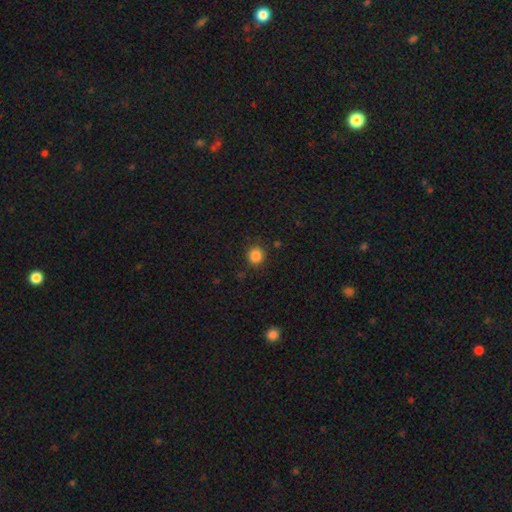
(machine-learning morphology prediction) This appears to be a smooth galaxy with no disk features (85%) that is round (89%). Merging: none (88%).